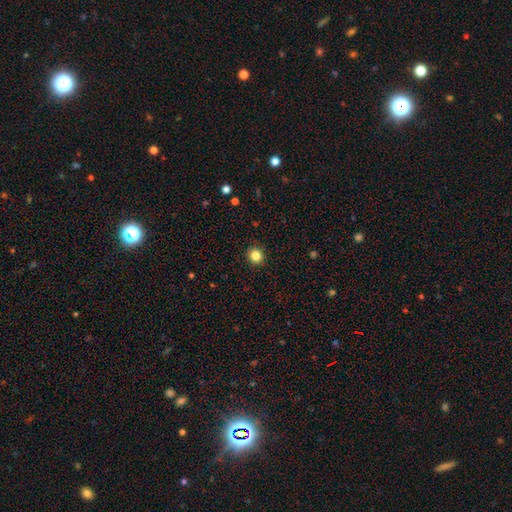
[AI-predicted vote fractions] This appears to be a smooth galaxy with no disk features (84%) that is round (88%). Merging: none (92%).